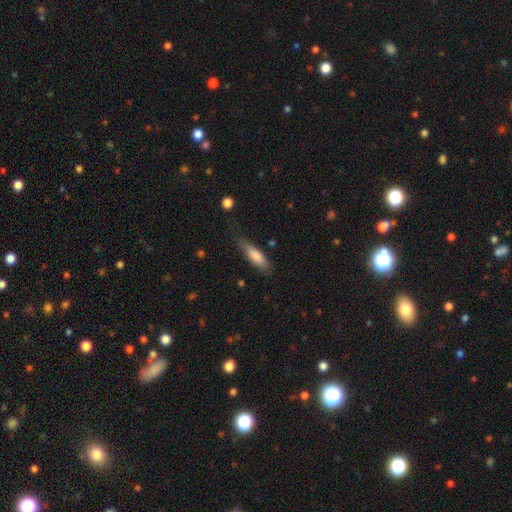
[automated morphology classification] The model was most divided on "how rounded": cigar-shaped: 57%, in between: 41%, round: 2%. More confident: smooth or featured — smooth (78%); merging — none (69%).